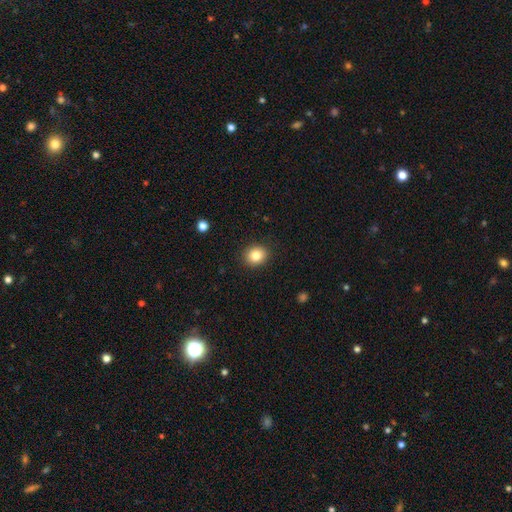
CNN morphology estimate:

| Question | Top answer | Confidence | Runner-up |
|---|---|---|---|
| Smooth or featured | smooth | 84% | star or artifact (10%) |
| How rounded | round | 70% | in between (29%) |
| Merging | none | 90% | minor disturbance (7%) |